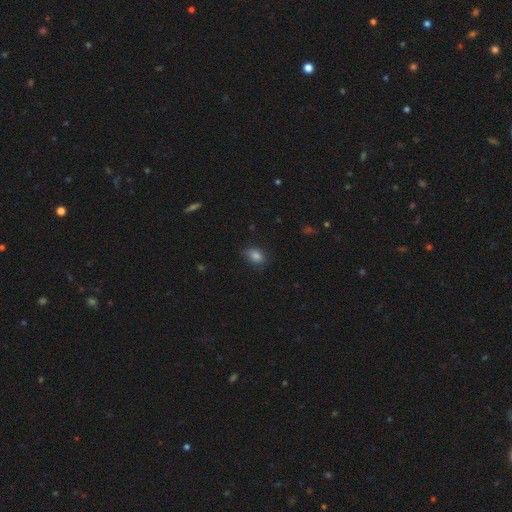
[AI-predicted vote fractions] The model was most divided on "merging": none: 66%, minor disturbance: 27%, major disturbance: 5%, merger: 1%. More confident: smooth or featured — smooth (81%); how rounded — in between (76%).